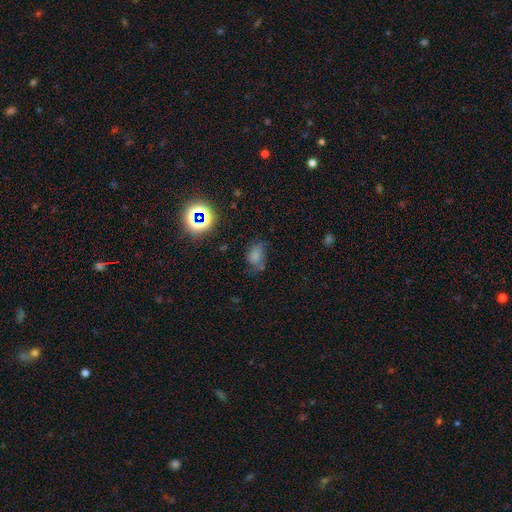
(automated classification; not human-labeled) This appears to be a smooth galaxy with no disk features (58%) that is in between round and cigar-shaped (77%). Merging: none (46%).